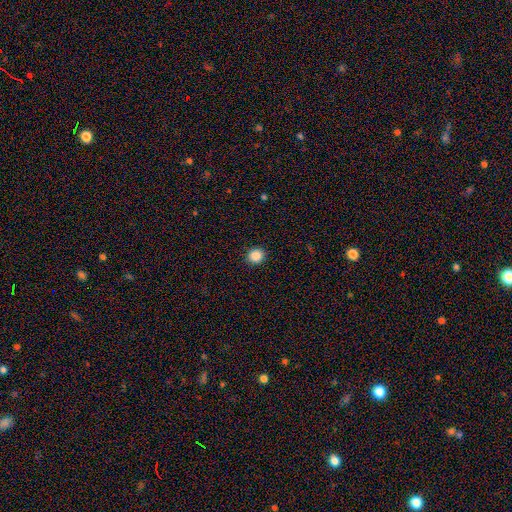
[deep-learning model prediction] A smooth galaxy with no disk features (87%) that is round (85%). Merging: none (92%).